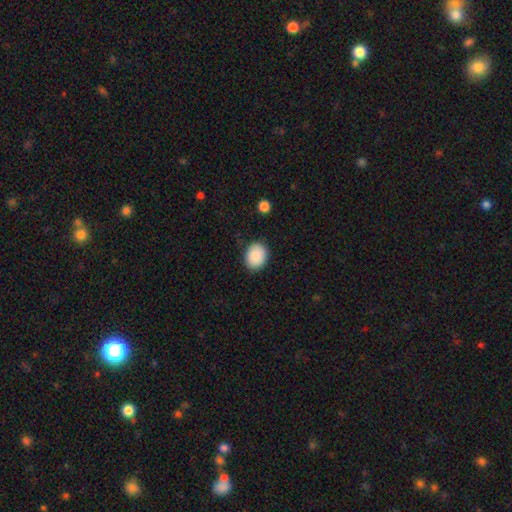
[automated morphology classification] Smooth or featured?
  - smooth: 87% *
  - star or artifact: 7%
  - featured or disk: 5%
How rounded?
  - round: 54% *
  - in between: 46%
  - cigar-shaped: 1%
Merging?
  - none: 85% *
  - minor disturbance: 11%
  - major disturbance: 3%
  - merger: 1%